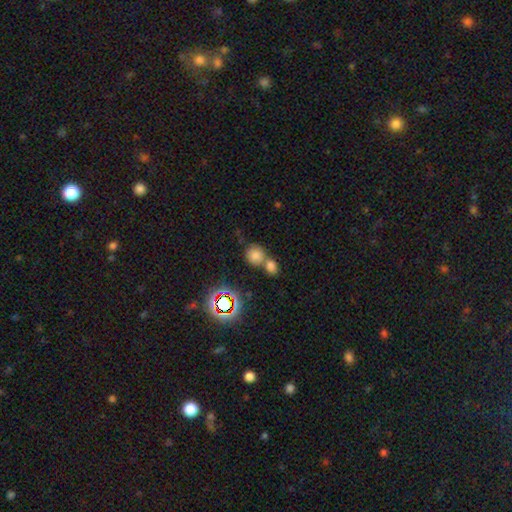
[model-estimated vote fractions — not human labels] Smooth or featured? Predicted: smooth (p=0.76). How rounded? Predicted: round (p=0.81). Merging? Predicted: merger (p=0.48).